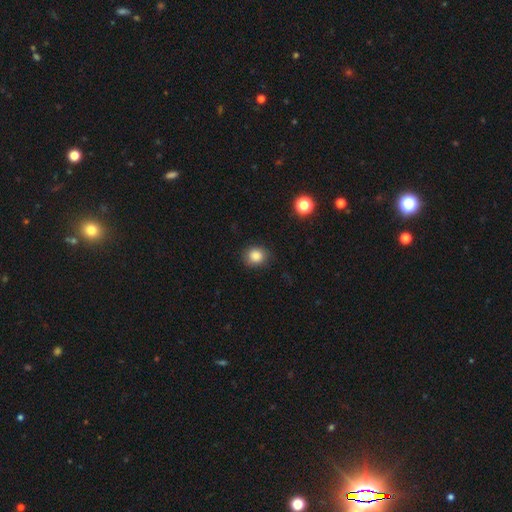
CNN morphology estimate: A smooth galaxy with no disk features (85%) that is round (79%). Merging: none (84%).